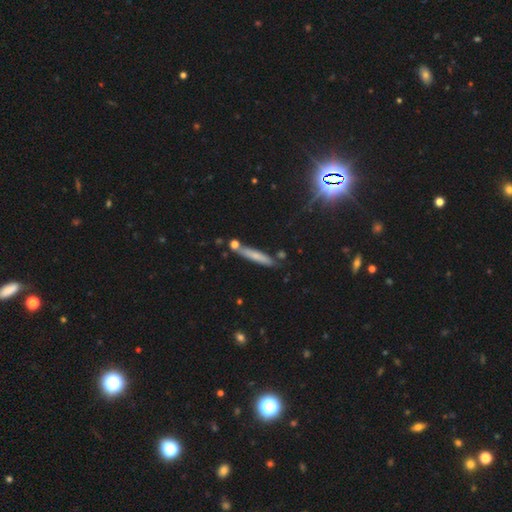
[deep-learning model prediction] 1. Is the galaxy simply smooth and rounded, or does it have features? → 62% smooth, 29% featured or disk, 9% star or artifact.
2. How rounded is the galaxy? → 90% cigar-shaped, 8% in between, 2% round.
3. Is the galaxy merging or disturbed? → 75% none, 14% minor disturbance, 8% merger, 3% major disturbance.